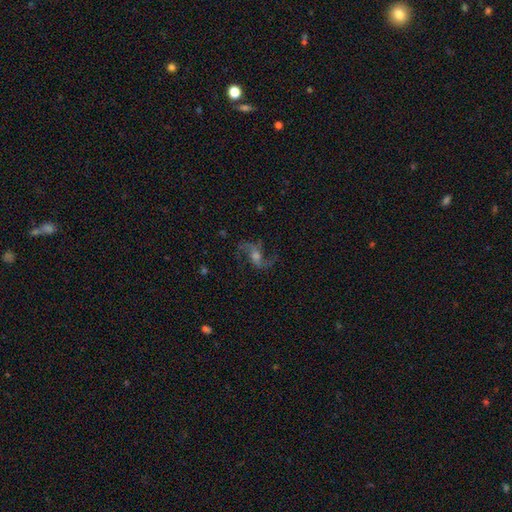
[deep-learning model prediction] This appears to be a featured or disk galaxy (85%) with no bar (45%), 2 (90%) loose (66%) spiral arms (96%) and a moderate central bulge (53%). Merging: none (77%).